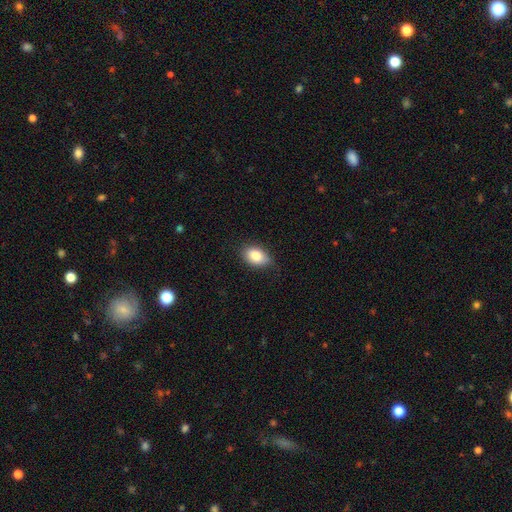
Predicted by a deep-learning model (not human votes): Overall: smooth (84%). How rounded: in between (86%). Merging: none (81%).